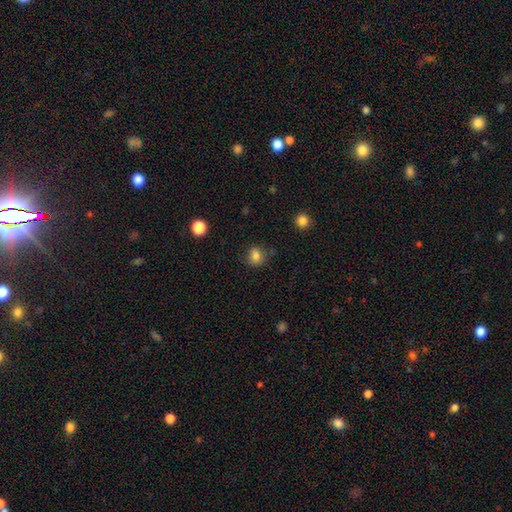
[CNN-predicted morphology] A smooth galaxy with no disk features (83%) that is round (69%).

Vote fractions:
- Smooth or featured? smooth: 83% / star or artifact: 11% / featured or disk: 6%
- How rounded? round: 69% / in between: 30% / cigar-shaped: 1%
- Merging? none: 80% / minor disturbance: 14% / major disturbance: 4% / merger: 3%